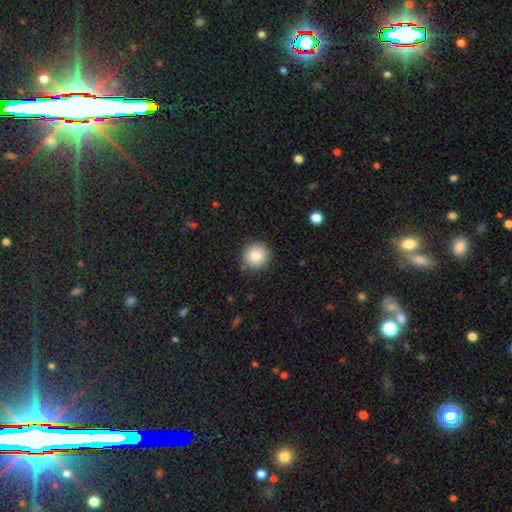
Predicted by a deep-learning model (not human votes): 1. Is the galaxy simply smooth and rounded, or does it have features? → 84% smooth, 9% star or artifact, 7% featured or disk.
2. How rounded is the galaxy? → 93% round, 6% in between, 1% cigar-shaped.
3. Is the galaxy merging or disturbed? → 89% none, 8% minor disturbance, 2% major disturbance, 2% merger.